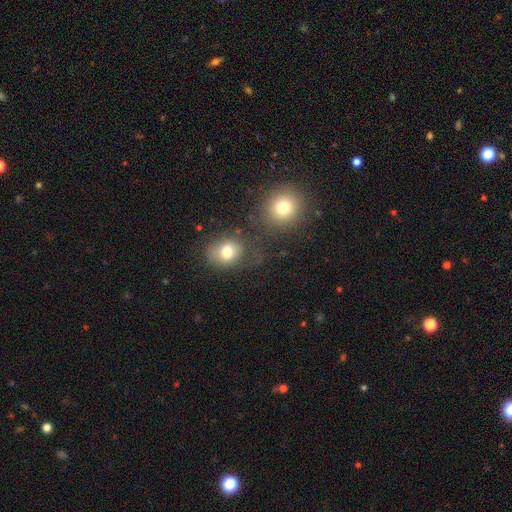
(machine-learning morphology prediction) A smooth galaxy with no disk features (53%) that is round (78%).

Vote fractions:
- Smooth or featured? smooth: 53% / star or artifact: 32% / featured or disk: 15%
- How rounded? round: 78% / in between: 20% / cigar-shaped: 1%
- Merging? none: 66% / merger: 21% / minor disturbance: 9% / major disturbance: 4%